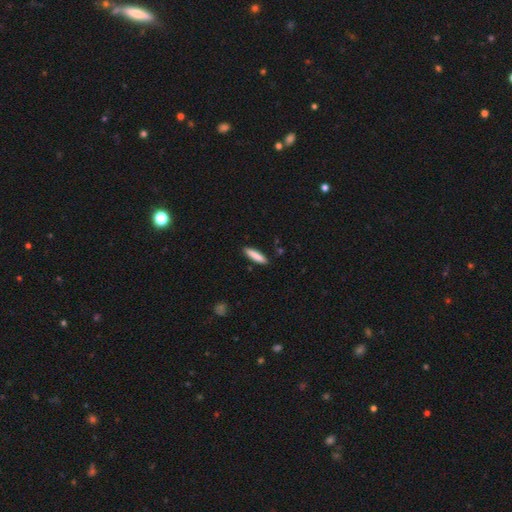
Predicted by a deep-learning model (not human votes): Smooth or featured? smooth (85%)
How rounded? cigar-shaped (81%)
Merging? none (89%)